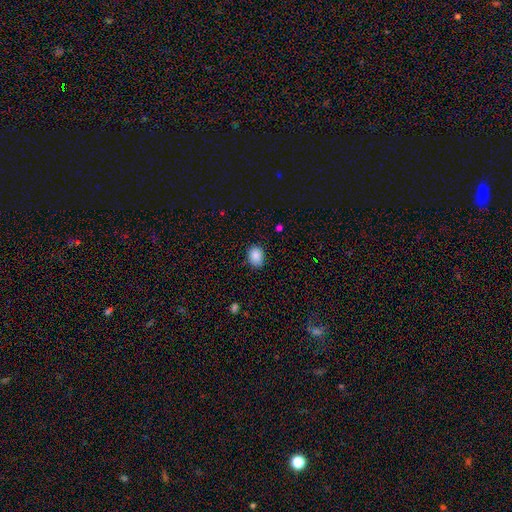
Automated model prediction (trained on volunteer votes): Overall: smooth (87%). How rounded: in between (59%; round 40%). Merging: none (81%).